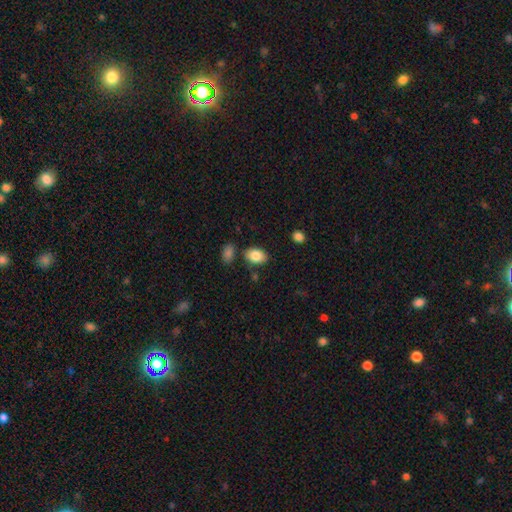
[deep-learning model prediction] smooth-or-featured: smooth: 85% | featured or disk: 7% | star or artifact: 7%
  how-rounded: in between: 84% | round: 15% | cigar-shaped: 1%
  merging: none: 78% | minor disturbance: 13% | merger: 6% | major disturbance: 3%